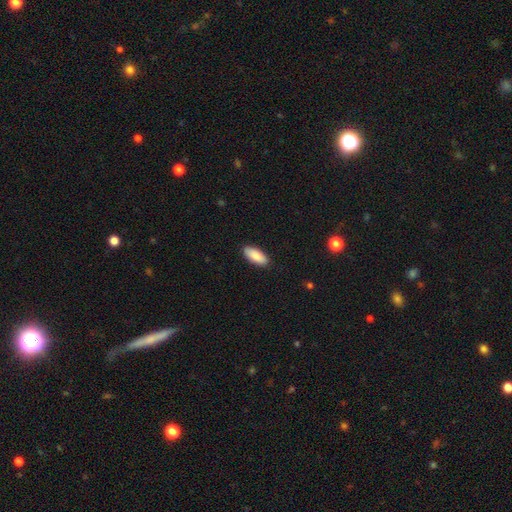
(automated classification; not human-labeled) smooth_or_featured: smooth (p=0.89) [alt: featured or disk p=0.06]
how_rounded: in between (p=0.82) [alt: cigar-shaped p=0.16]
merging: none (p=0.89) [alt: minor disturbance p=0.08]